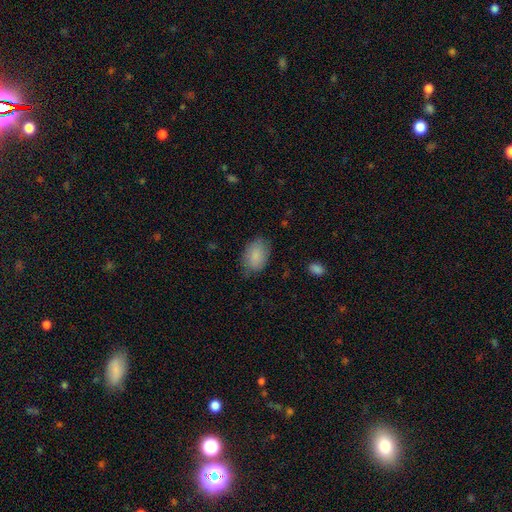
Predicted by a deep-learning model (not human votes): A smooth galaxy with no disk features (87%) that is in between round and cigar-shaped (85%).

Vote fractions:
- Smooth or featured? smooth: 87% / star or artifact: 6% / featured or disk: 6%
- How rounded? in between: 85% / round: 14% / cigar-shaped: 1%
- Merging? none: 76% / minor disturbance: 18% / major disturbance: 4% / merger: 1%